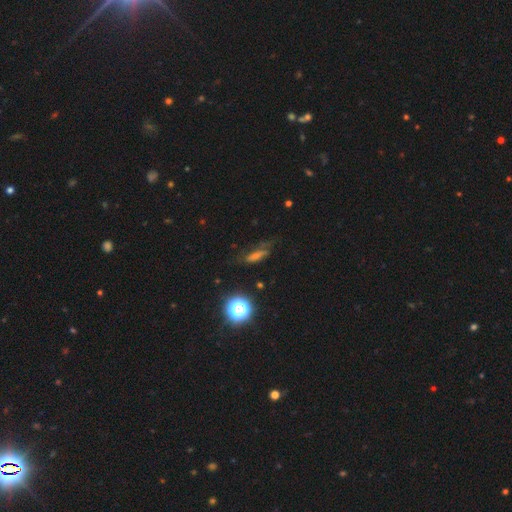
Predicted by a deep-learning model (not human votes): Morphology: type=smooth (53%); roundness=cigar-shaped (47%); merging=none (53%).